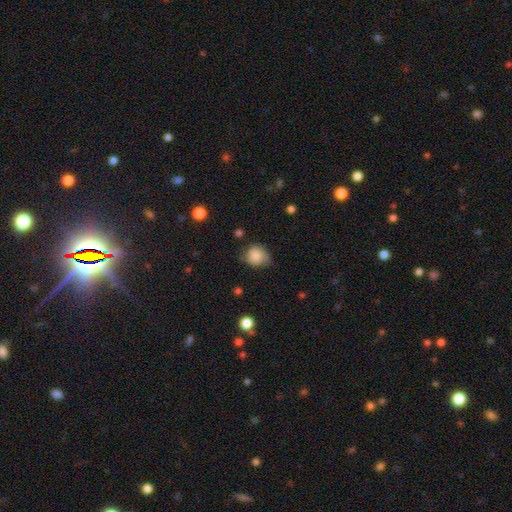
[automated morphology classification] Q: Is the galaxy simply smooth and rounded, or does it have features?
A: smooth — 79%.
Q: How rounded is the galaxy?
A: round — 74%.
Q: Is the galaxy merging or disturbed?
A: none — 53%.